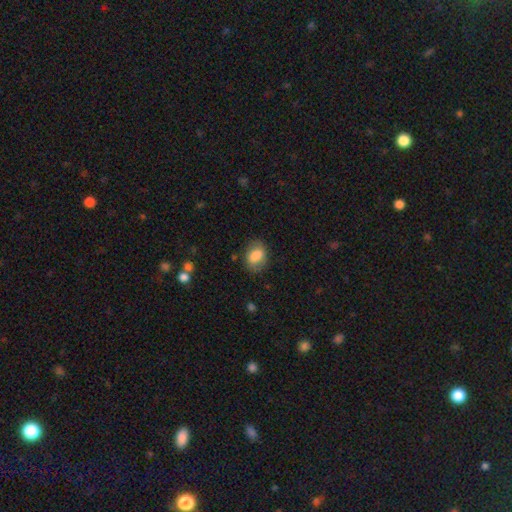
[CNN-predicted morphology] A smooth galaxy with no disk features (79%) that is in between round and cigar-shaped (75%).

Vote fractions:
- Smooth or featured? smooth: 79% / featured or disk: 14% / star or artifact: 7%
- How rounded? in between: 75% / round: 24% / cigar-shaped: 1%
- Merging? none: 77% / minor disturbance: 16% / major disturbance: 6% / merger: 1%